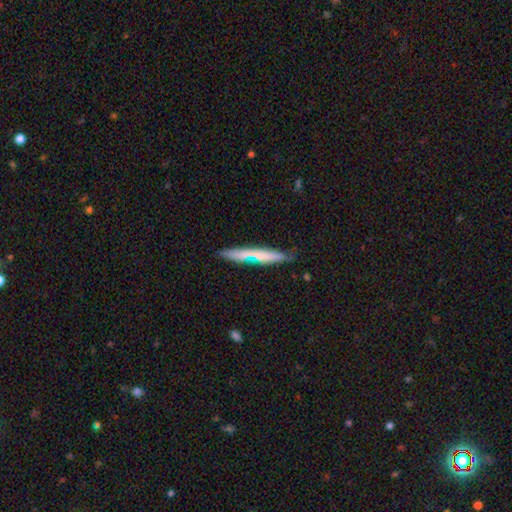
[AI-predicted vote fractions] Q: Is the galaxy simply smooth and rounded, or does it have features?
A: smooth — 57%.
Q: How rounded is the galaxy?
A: cigar-shaped — 95%.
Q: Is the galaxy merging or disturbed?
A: none — 72%.